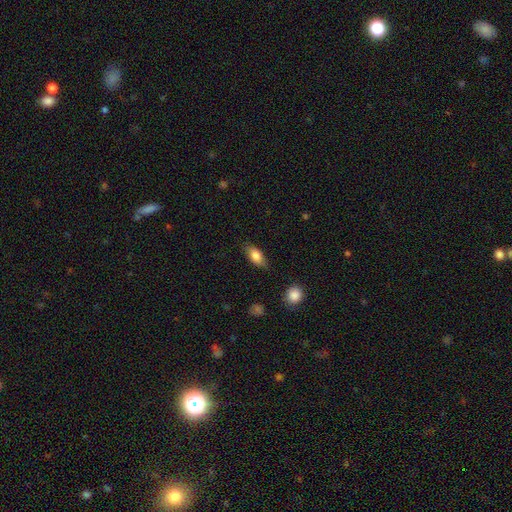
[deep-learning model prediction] Morphology: type=smooth (79%); roundness=in between (83%); merging=none (79%).